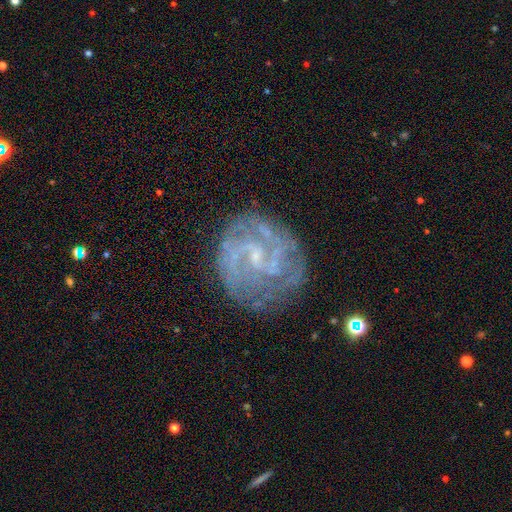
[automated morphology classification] Overall: featured or disk (80%). Edge-on disk: no (98%). Bar: weak (51%; no 35%). Spiral arms: yes (84%). Spiral arm count: can't tell (37%; 2 32%). Spiral winding: tight (52%; medium 35%). Bulge size: small (68%). Merging: none (73%).